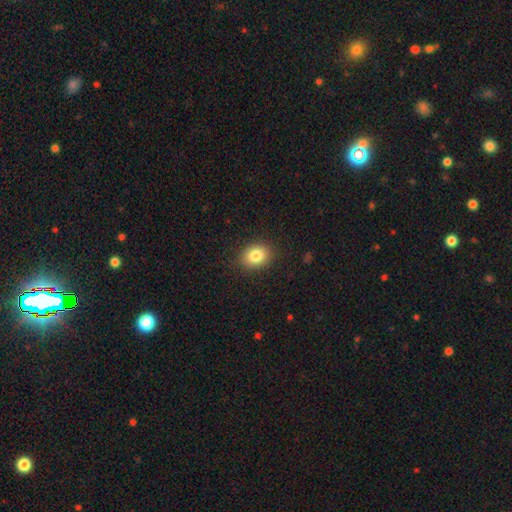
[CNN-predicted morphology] A smooth galaxy with no disk features (83%) that is in between round and cigar-shaped (53%). Merging: none (88%).